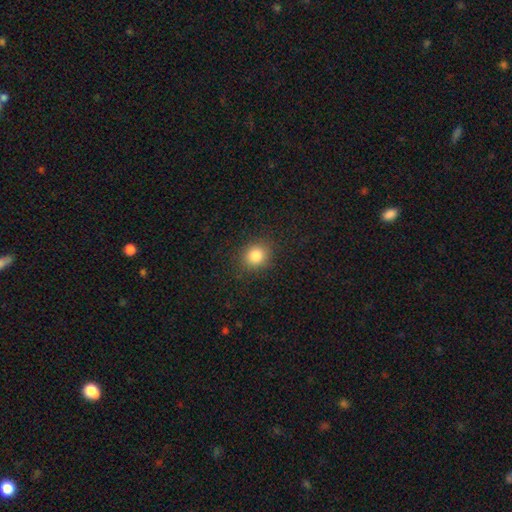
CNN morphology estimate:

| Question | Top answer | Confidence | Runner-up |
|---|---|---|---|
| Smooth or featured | smooth | 84% | star or artifact (11%) |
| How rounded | round | 76% | in between (23%) |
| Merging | none | 88% | minor disturbance (8%) |